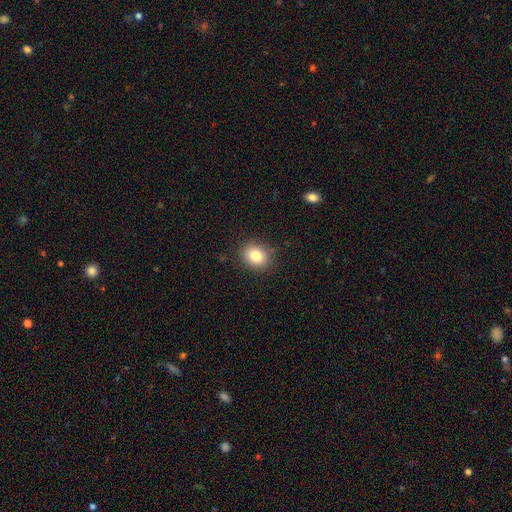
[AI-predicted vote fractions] A smooth galaxy with no disk features (84%) that is round (57%). Merging: none (86%).